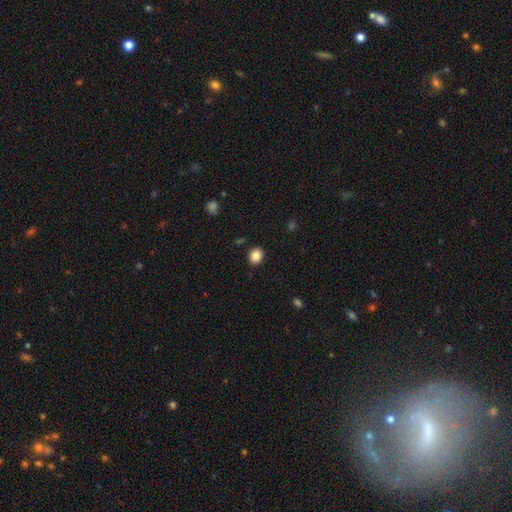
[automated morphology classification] A smooth galaxy with no disk features (86%) that is round (58%).

Vote fractions:
- Smooth or featured? smooth: 86% / star or artifact: 9% / featured or disk: 5%
- How rounded? round: 58% / in between: 41% / cigar-shaped: 1%
- Merging? none: 89% / minor disturbance: 7% / major disturbance: 2% / merger: 1%